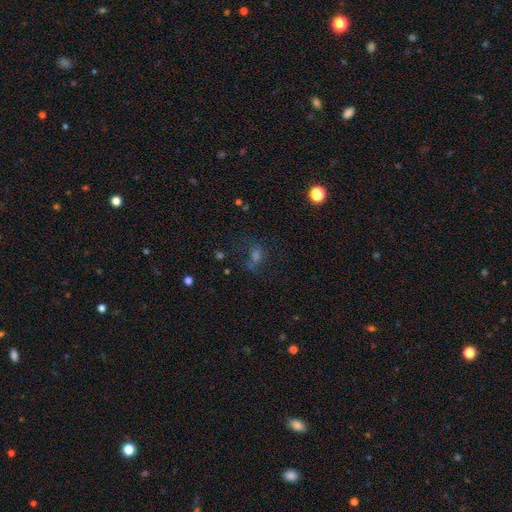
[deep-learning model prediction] Smooth or featured? star or artifact (40%)